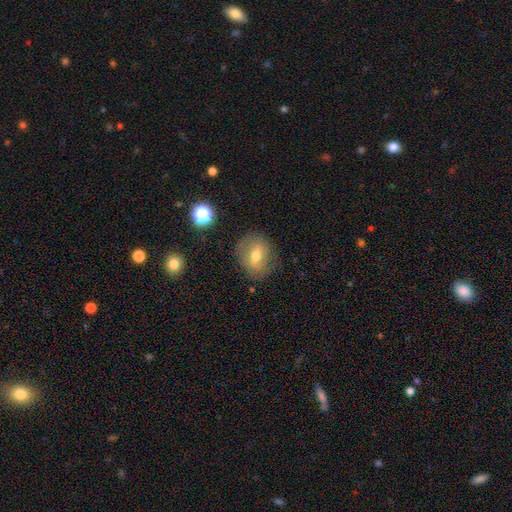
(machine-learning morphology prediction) This appears to be a smooth galaxy with no disk features (50%) that is round (50%). Merging: none (77%).